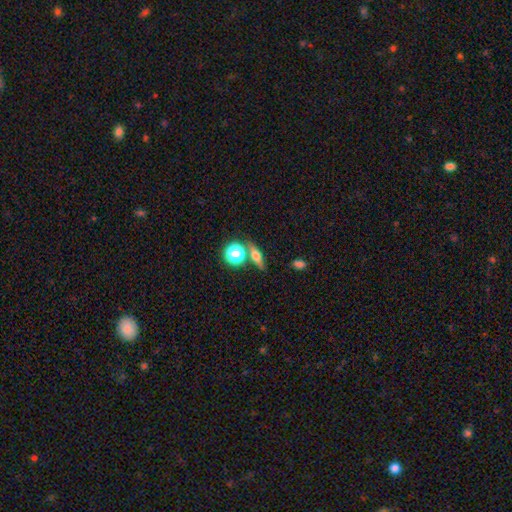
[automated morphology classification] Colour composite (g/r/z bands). It shows a smooth galaxy with no disk features (46%). Merging: none (74%).